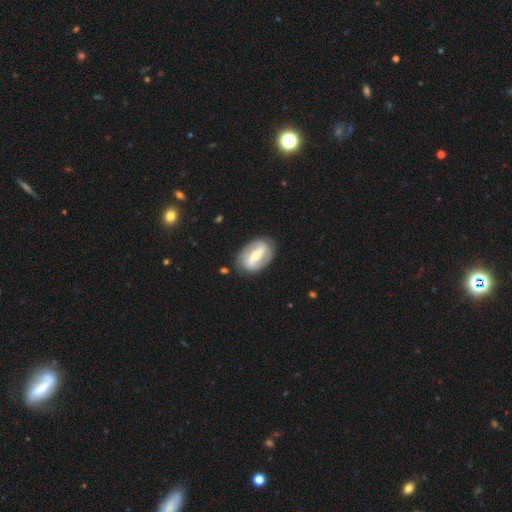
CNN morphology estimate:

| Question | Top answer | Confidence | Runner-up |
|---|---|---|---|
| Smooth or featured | featured or disk | 71% | smooth (24%) |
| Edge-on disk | no | 90% | yes (10%) |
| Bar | strong | 68% | weak (21%) |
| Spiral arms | yes | 58% | no (42%) |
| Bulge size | moderate | 57% | small (36%) |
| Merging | none | 83% | minor disturbance (12%) |